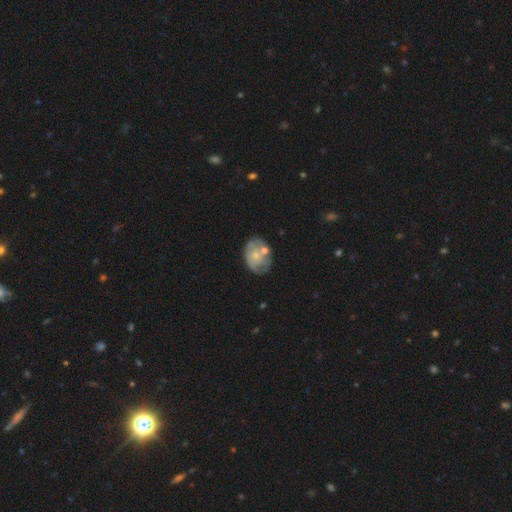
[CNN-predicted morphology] Smooth or featured? Predicted: featured or disk (p=0.53). Edge-on disk? Predicted: no (p=0.97). Bar? Predicted: no (p=0.86). Spiral arms? Predicted: no (p=0.50, tied with yes). Bulge size? Predicted: small (p=0.63). Merging? Predicted: none (p=0.50).